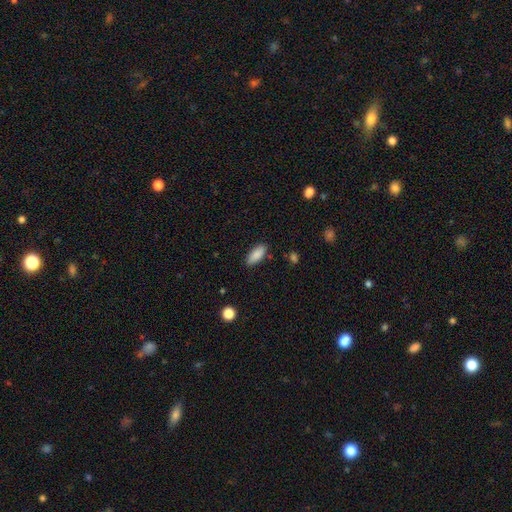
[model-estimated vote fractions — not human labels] The model was most divided on "how rounded": in between: 79%, cigar-shaped: 19%, round: 2%. More confident: smooth or featured — smooth (87%); merging — none (86%).